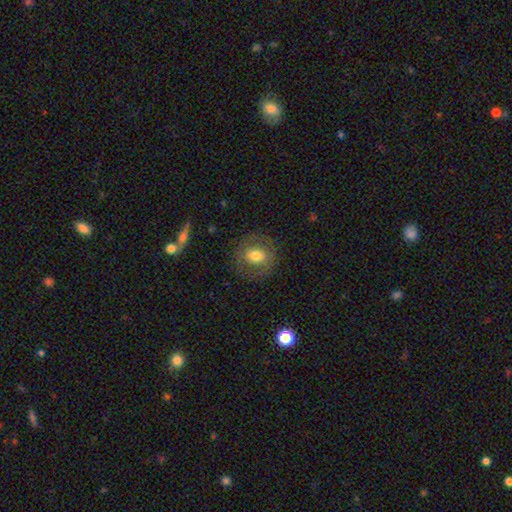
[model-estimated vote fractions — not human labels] Morphology: type=smooth (61%); roundness=round (78%); merging=none (81%).